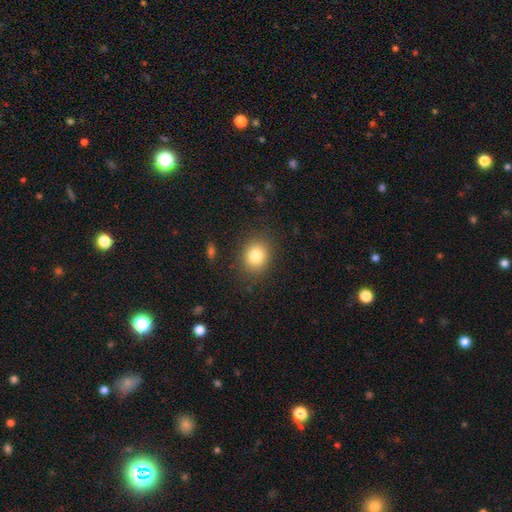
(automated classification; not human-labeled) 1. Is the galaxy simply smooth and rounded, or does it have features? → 81% smooth, 11% star or artifact, 8% featured or disk.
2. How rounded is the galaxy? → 66% round, 33% in between, 1% cigar-shaped.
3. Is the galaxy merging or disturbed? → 85% none, 10% minor disturbance, 4% major disturbance, 1% merger.